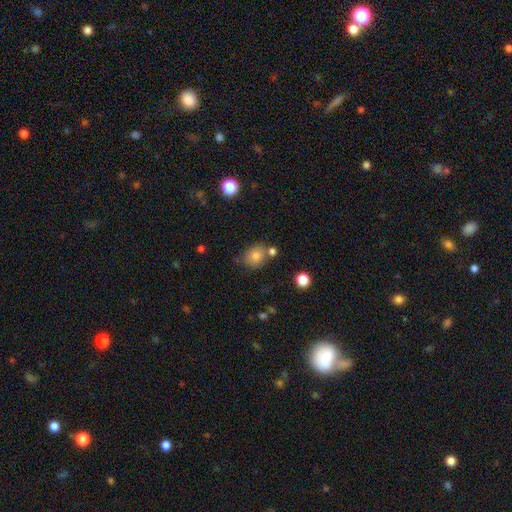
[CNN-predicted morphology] Q: Smooth or featured?
A: smooth (81%); runner-up: star or artifact (11%)
Q: How rounded?
A: round (72%); runner-up: in between (27%)
Q: Merging?
A: none (65%); runner-up: merger (16%)